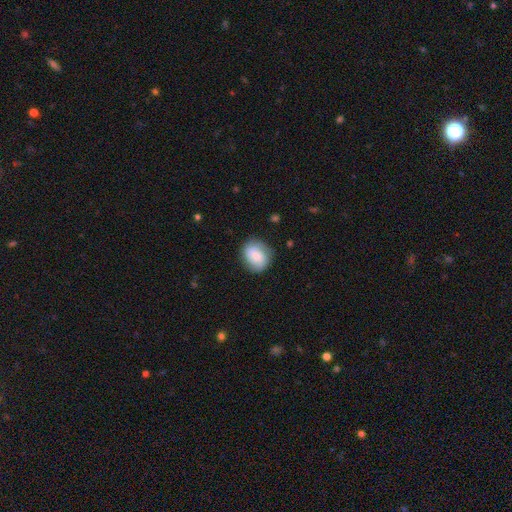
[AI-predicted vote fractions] Overall: smooth (48%; featured or disk 44%). Merging: none (77%).